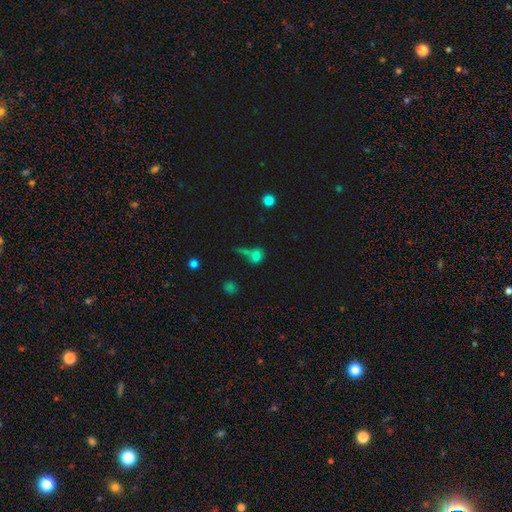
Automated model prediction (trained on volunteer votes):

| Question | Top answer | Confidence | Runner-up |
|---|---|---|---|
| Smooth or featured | smooth | 72% | star or artifact (17%) |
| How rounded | round | 50% | in between (44%) |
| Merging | none | 40% | merger (32%) |